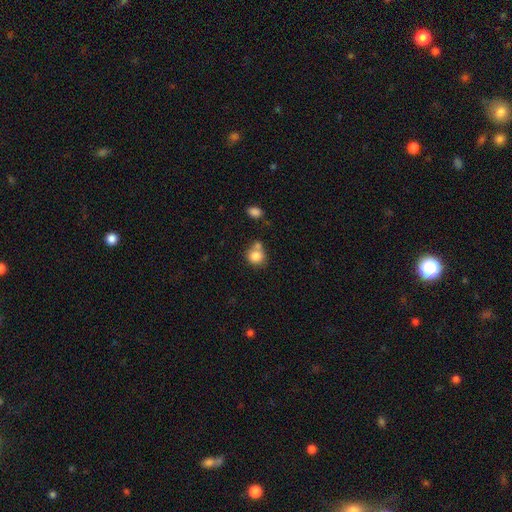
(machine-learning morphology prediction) Q: Smooth or featured?
A: smooth (81%); runner-up: star or artifact (10%)
Q: How rounded?
A: round (81%); runner-up: in between (18%)
Q: Merging?
A: none (49%); runner-up: merger (35%)